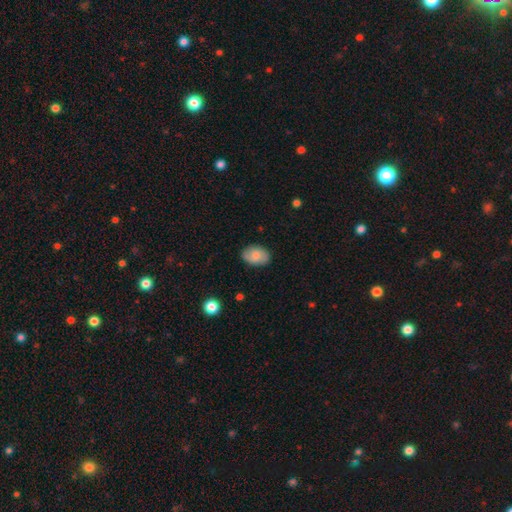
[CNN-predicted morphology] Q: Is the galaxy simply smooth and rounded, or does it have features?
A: smooth — 77%.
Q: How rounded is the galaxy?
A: in between — 84%.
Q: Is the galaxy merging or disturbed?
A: none — 83%.